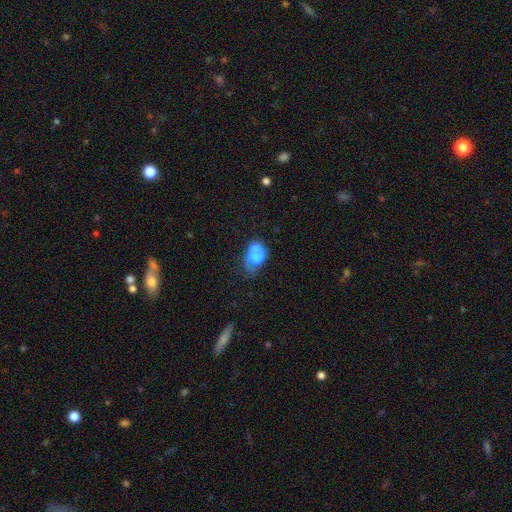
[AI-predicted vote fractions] Q: Smooth or featured?
A: smooth (62%); runner-up: featured or disk (28%)
Q: How rounded?
A: in between (78%); runner-up: round (21%)
Q: Merging?
A: minor disturbance (28%); runner-up: none (27%)